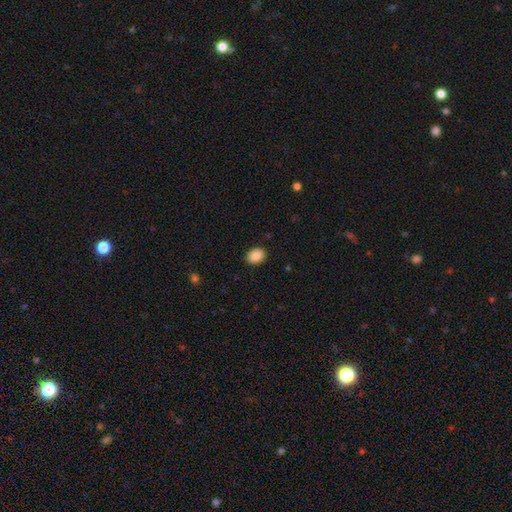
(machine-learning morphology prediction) smooth-or-featured: smooth: 89% | star or artifact: 8% | featured or disk: 3%
  how-rounded: in between: 65% | round: 35% | cigar-shaped: 1%
  merging: none: 89% | minor disturbance: 8% | major disturbance: 2% | merger: 1%